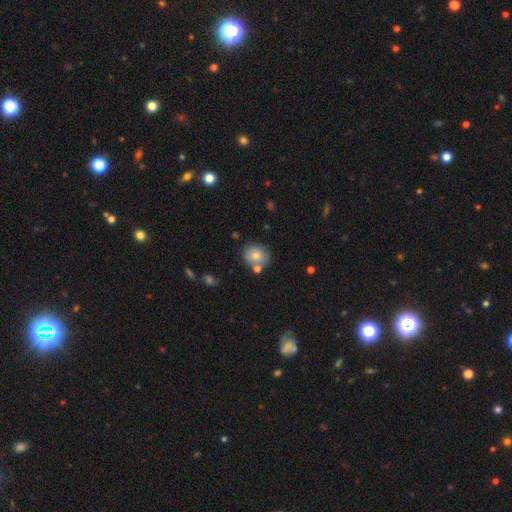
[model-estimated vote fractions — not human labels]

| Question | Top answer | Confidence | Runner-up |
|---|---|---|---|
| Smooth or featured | smooth | 74% | featured or disk (16%) |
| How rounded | round | 79% | in between (20%) |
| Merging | none | 69% | merger (15%) |